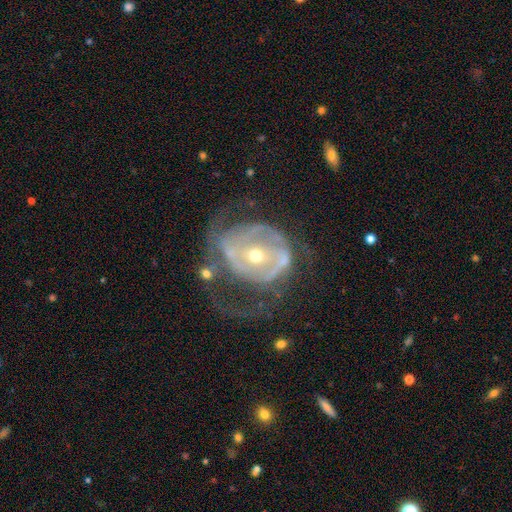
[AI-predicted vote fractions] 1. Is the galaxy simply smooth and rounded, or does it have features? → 83% featured or disk, 11% smooth, 6% star or artifact.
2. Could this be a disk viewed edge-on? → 97% no, 3% yes.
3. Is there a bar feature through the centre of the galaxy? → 48% no, 30% weak, 21% strong.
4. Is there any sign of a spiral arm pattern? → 77% yes, 23% no.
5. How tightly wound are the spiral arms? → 44% tight, 37% medium, 19% loose.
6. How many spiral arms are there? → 44% 2, 29% can't tell, 11% 1, 11% 3, 3% 4, 3% more than 4.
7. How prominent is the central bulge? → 51% small, 45% moderate, 2% large, 1% none, 1% dominant.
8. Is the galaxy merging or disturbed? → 38% major disturbance (tied), 38% none (tied), 20% minor disturbance, 4% merger.